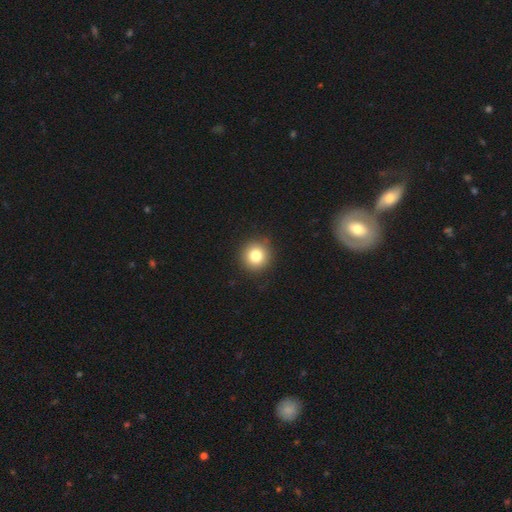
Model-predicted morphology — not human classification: type=smooth (80%); roundness=round (94%); merging=none (91%).